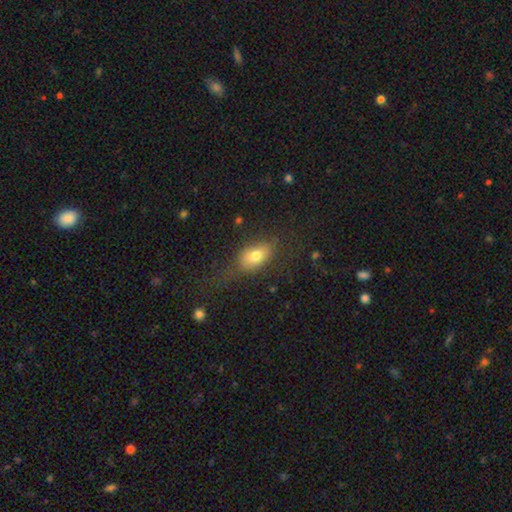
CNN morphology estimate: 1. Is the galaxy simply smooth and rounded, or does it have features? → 74% smooth, 17% featured or disk, 10% star or artifact.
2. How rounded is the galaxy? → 84% in between, 10% round, 6% cigar-shaped.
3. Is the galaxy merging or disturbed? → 54% none, 22% minor disturbance, 21% major disturbance, 3% merger.